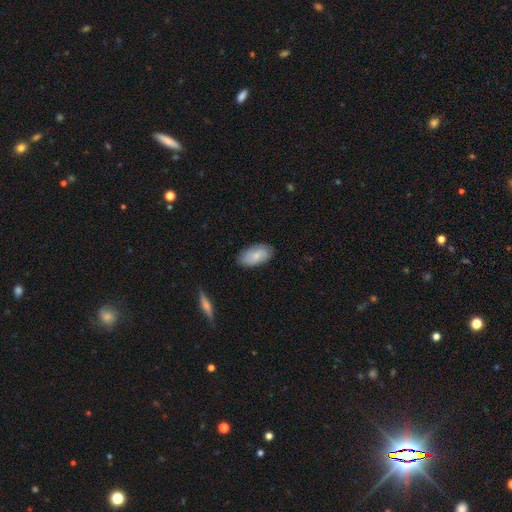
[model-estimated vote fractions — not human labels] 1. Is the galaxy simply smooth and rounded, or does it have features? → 75% smooth, 19% featured or disk, 6% star or artifact.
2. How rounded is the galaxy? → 94% in between, 3% cigar-shaped, 3% round.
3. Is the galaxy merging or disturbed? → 83% none, 13% minor disturbance, 2% major disturbance, 1% merger.